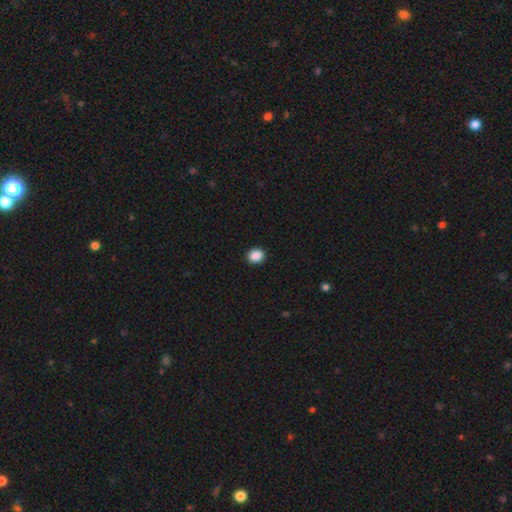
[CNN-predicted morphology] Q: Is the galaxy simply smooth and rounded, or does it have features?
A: smooth — 88%.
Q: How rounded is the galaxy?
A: round — 76%.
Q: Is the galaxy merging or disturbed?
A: none — 92%.